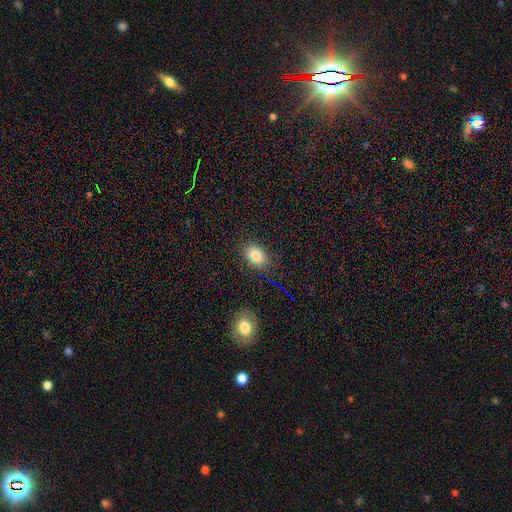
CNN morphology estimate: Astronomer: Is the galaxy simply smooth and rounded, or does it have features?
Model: smooth — 82%.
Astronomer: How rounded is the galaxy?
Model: in between — 71%.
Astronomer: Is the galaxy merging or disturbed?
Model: none — 82%.